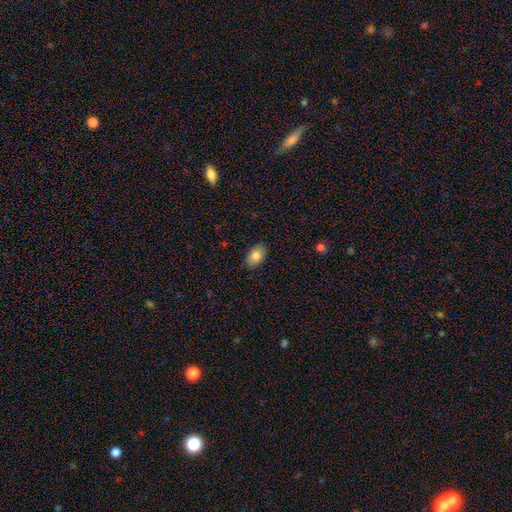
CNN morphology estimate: Smooth or featured?
  - smooth: 83% *
  - featured or disk: 10%
  - star or artifact: 7%
How rounded?
  - in between: 90% *
  - round: 9%
  - cigar-shaped: 1%
Merging?
  - none: 87% *
  - minor disturbance: 10%
  - major disturbance: 2%
  - merger: 1%